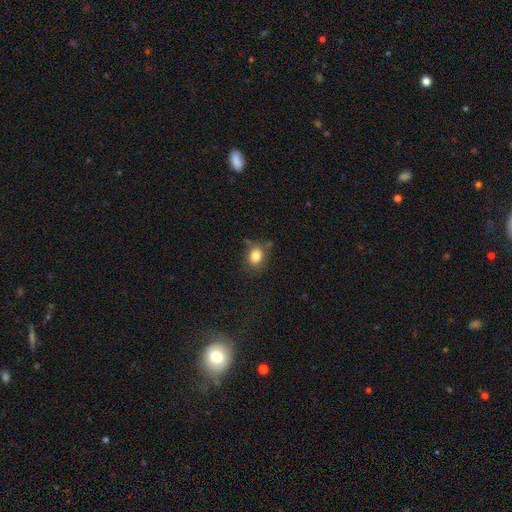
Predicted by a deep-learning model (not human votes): Morphology: type=smooth (83%); roundness=in between (56%); merging=none (71%).